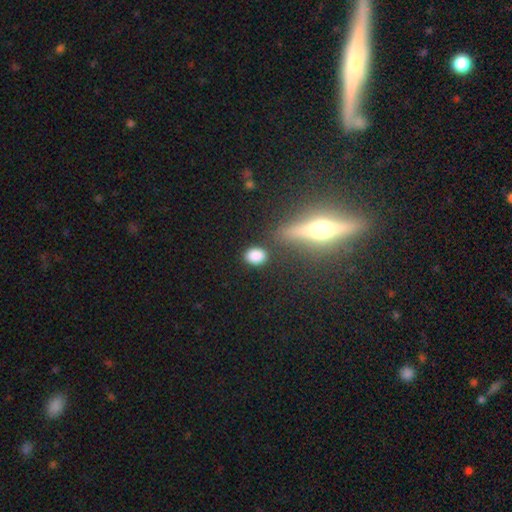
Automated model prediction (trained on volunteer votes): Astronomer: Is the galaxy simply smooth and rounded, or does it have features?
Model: smooth — 86%.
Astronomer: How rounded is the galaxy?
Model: in between — 61% (runner-up: round, 37%).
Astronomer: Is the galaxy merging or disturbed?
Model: none — 77%.